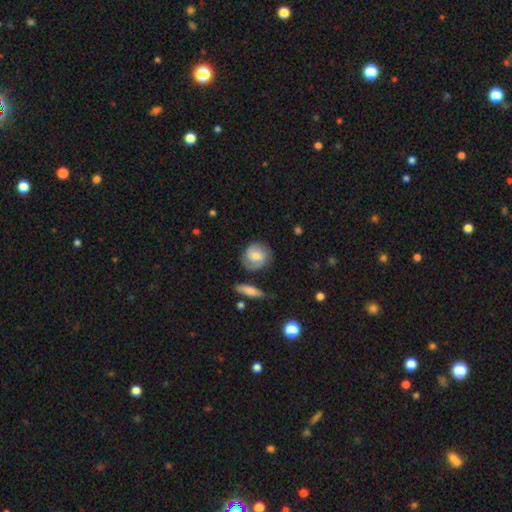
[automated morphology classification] Smooth or featured? smooth (48%)
Merging? none (74%)